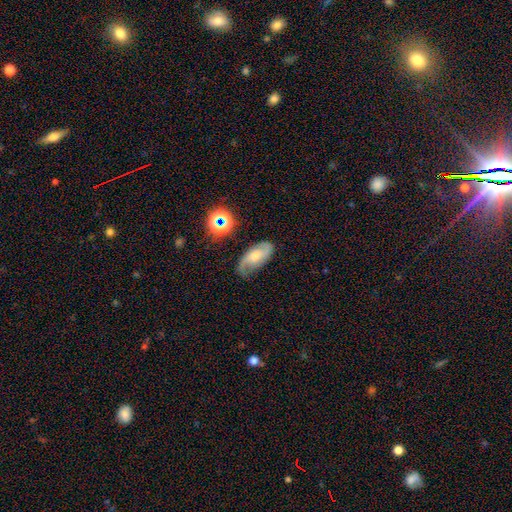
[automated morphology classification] A featured or disk galaxy (64%) with no bar (58%), 2 (76%) medium (45%) spiral arms (92%) and a moderate central bulge (43%). Merging: none (66%).